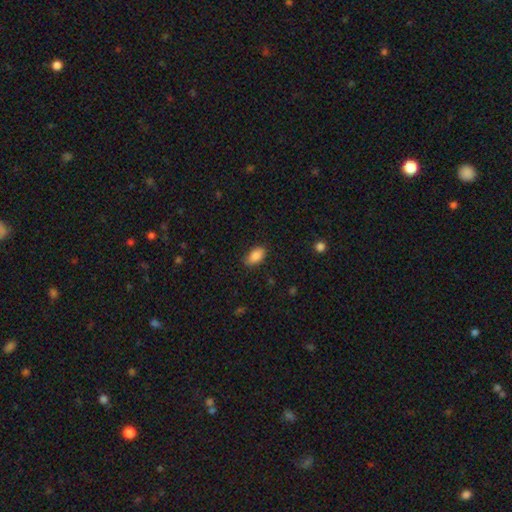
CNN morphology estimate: This appears to be a smooth galaxy with no disk features (87%) that is in between round and cigar-shaped (92%). Merging: none (78%).